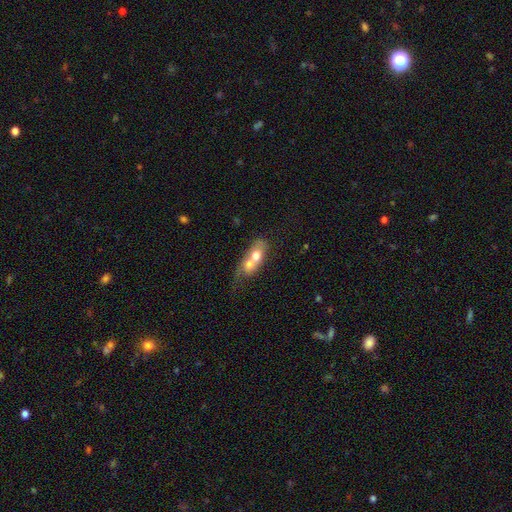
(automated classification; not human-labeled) Overall: smooth (60%; featured or disk 33%). How rounded: in between (65%). Merging: merger (78%).